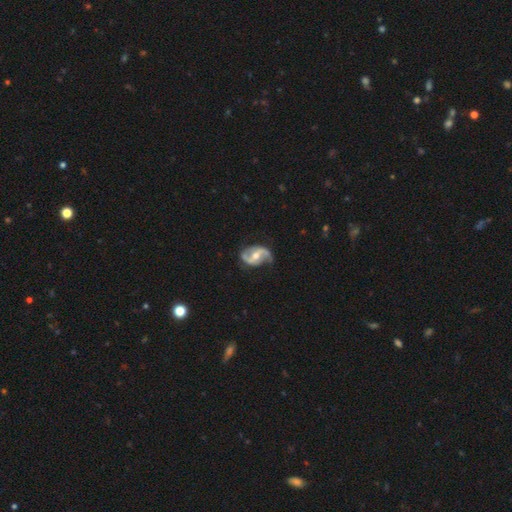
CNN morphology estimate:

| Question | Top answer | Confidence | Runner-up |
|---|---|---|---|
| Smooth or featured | featured or disk | 89% | smooth (6%) |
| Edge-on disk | no | 97% | yes (3%) |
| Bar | weak | 42% | no (32%) |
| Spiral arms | yes | 96% | no (4%) |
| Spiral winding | loose | 51% | medium (38%) |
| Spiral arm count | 2 | 92% | 1 (3%) |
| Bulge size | moderate | 70% | small (24%) |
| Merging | none | 73% | minor disturbance (18%) |